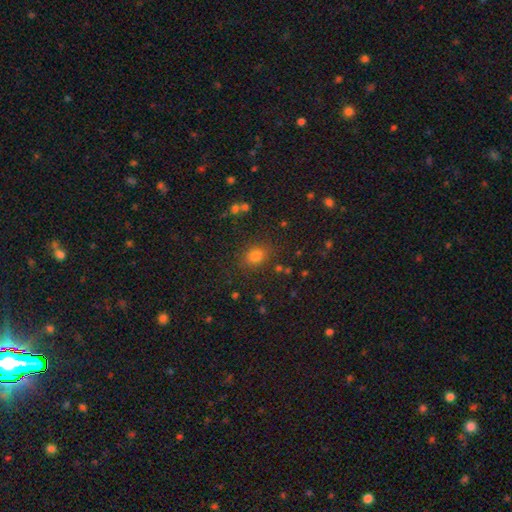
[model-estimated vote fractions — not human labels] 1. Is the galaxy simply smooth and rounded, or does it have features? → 77% smooth, 17% star or artifact, 7% featured or disk.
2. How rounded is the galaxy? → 52% round, 47% in between, 1% cigar-shaped.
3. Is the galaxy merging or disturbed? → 82% none, 11% minor disturbance, 4% major disturbance, 3% merger.